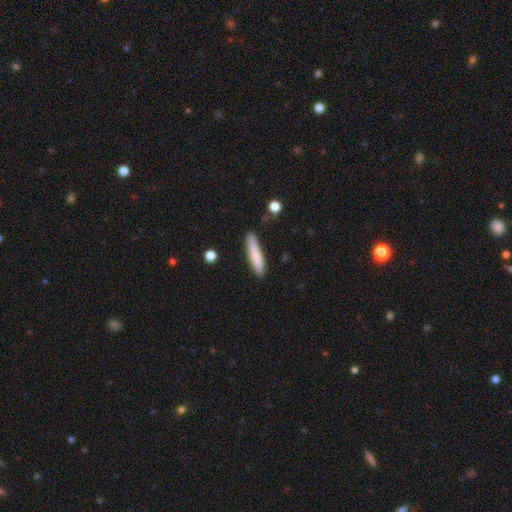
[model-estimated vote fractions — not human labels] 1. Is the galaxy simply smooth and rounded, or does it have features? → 79% smooth, 15% featured or disk, 6% star or artifact.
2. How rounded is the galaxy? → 90% cigar-shaped, 9% in between, 1% round.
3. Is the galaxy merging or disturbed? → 84% none, 12% minor disturbance, 2% major disturbance, 2% merger.